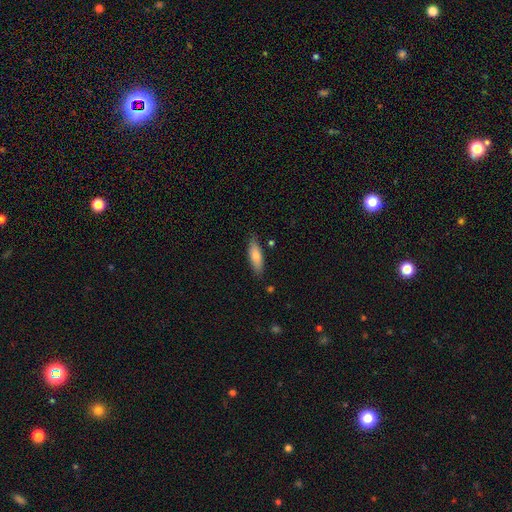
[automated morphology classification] Smooth or featured? Predicted: smooth (p=0.77). How rounded? Predicted: in between (p=0.49, tied with cigar-shaped). Merging? Predicted: none (p=0.82).